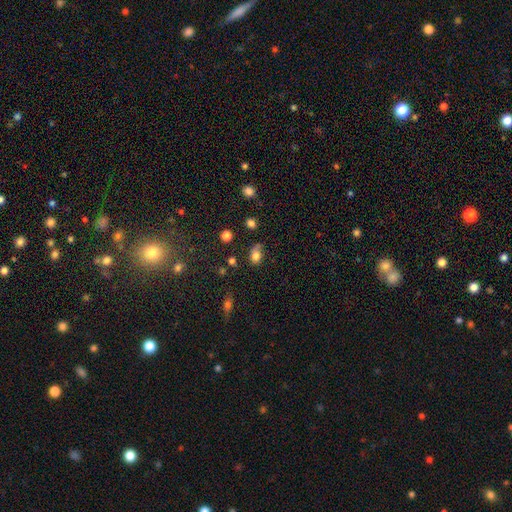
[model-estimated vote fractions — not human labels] smooth_or_featured: smooth (p=0.78) [alt: star or artifact p=0.11]
how_rounded: in between (p=0.74) [alt: round p=0.25]
merging: none (p=0.50) [alt: minor disturbance p=0.32]